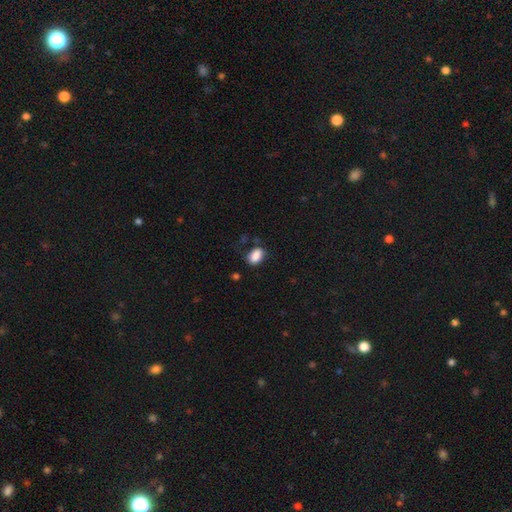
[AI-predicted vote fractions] Smooth or featured? Predicted: smooth (p=0.88). How rounded? Predicted: in between (p=0.85). Merging? Predicted: none (p=0.69).